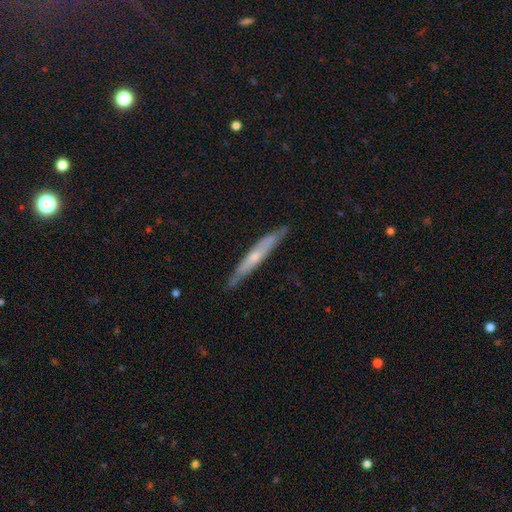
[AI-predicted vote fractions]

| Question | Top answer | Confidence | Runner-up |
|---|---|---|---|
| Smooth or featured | featured or disk | 56% | smooth (38%) |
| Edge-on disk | yes | 88% | no (12%) |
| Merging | none | 83% | minor disturbance (14%) |